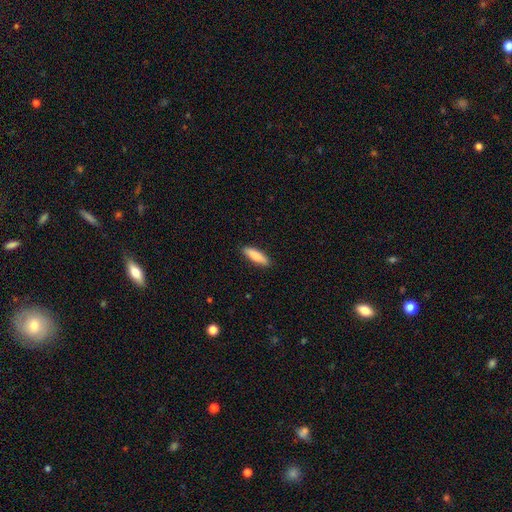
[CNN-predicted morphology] smooth 86%, featured or disk 9%, star or artifact 5%. Down the decision tree: how rounded — cigar-shaped (58%); merging — none (89%).